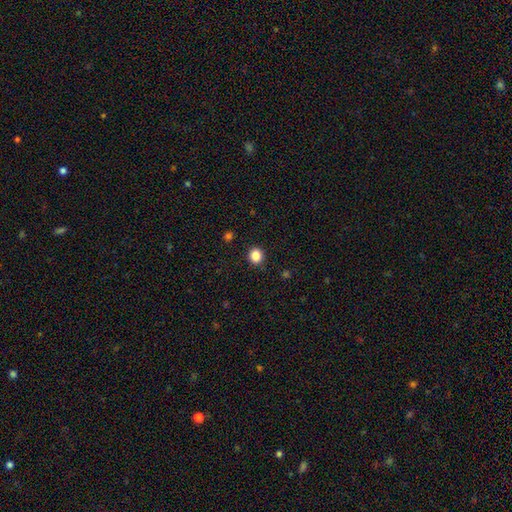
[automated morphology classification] type=smooth (86%); roundness=round (85%); merging=none (91%).